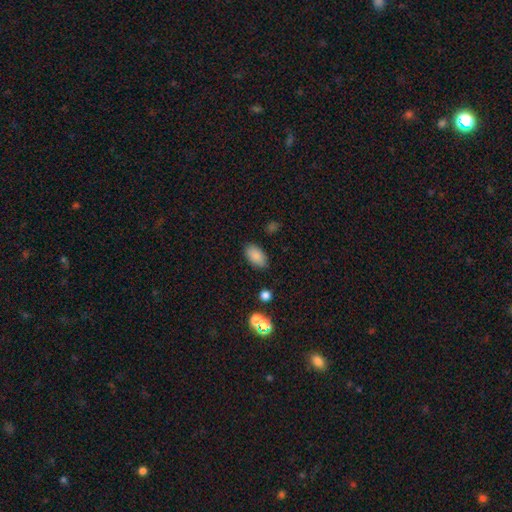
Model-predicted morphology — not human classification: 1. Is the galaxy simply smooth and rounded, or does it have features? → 87% smooth, 8% star or artifact, 5% featured or disk.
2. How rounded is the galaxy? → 93% in between, 5% round, 2% cigar-shaped.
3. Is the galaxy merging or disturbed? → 86% none, 10% minor disturbance, 3% major disturbance, 2% merger.